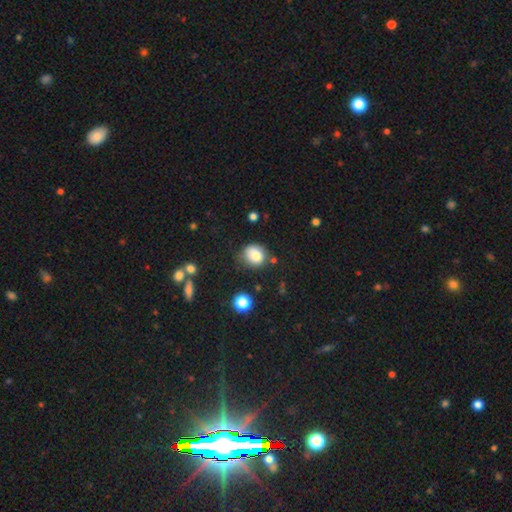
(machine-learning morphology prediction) Smooth or featured: smooth — 80% (star or artifact — 11%)
How rounded: round — 76% (in between — 23%)
Merging: none — 66% (minor disturbance — 21%)